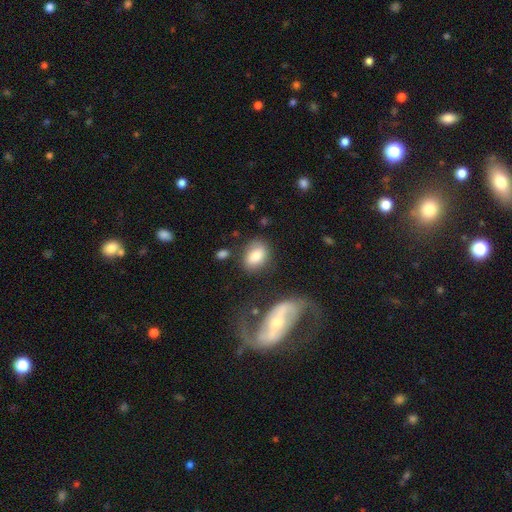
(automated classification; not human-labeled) Smooth or featured? smooth (80%)
How rounded? in between (75%)
Merging? none (72%)